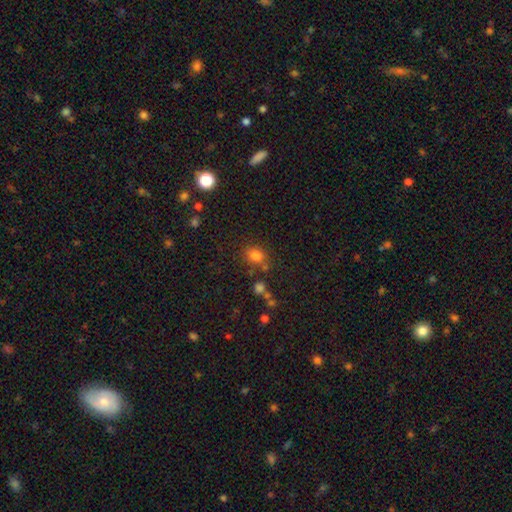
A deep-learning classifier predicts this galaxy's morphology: Smooth or featured: smooth — 78% (star or artifact — 15%)
How rounded: in between — 55% (round — 43%)
Merging: none — 70% (minor disturbance — 15%)